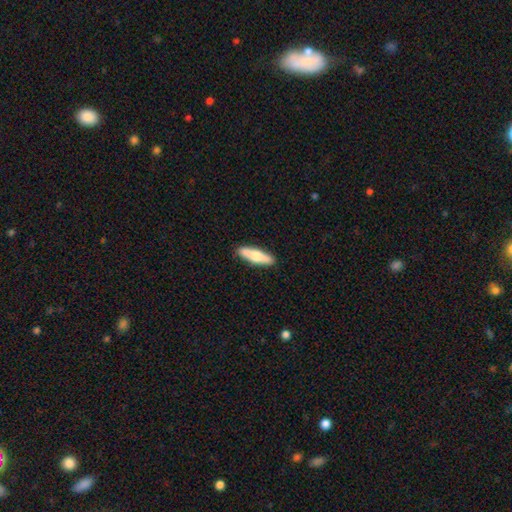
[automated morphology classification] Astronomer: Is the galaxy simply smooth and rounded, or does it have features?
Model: smooth — 62%.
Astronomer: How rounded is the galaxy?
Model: cigar-shaped — 71%.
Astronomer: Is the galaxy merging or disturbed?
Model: none — 88%.